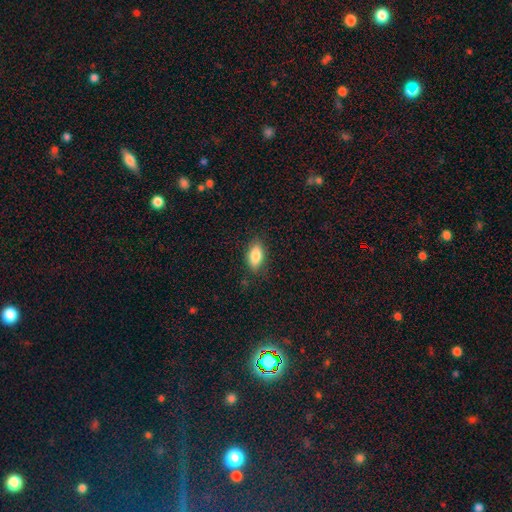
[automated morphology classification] Q: Smooth or featured?
A: smooth (84%); runner-up: featured or disk (8%)
Q: How rounded?
A: in between (89%); runner-up: cigar-shaped (6%)
Q: Merging?
A: none (83%); runner-up: minor disturbance (13%)